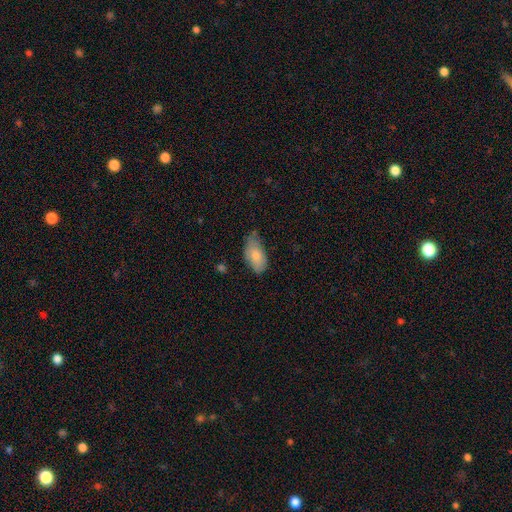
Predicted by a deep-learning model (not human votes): A smooth galaxy with no disk features (79%) that is in between round and cigar-shaped (93%). Merging: none (52%).